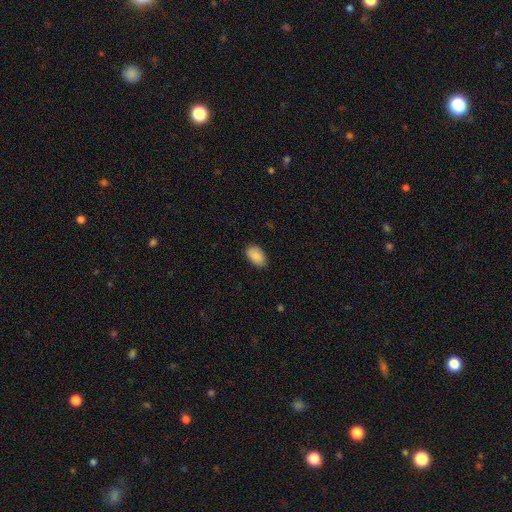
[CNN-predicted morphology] smooth 90%, star or artifact 6%, featured or disk 3%. Down the decision tree: how rounded — in between (94%); merging — none (87%).